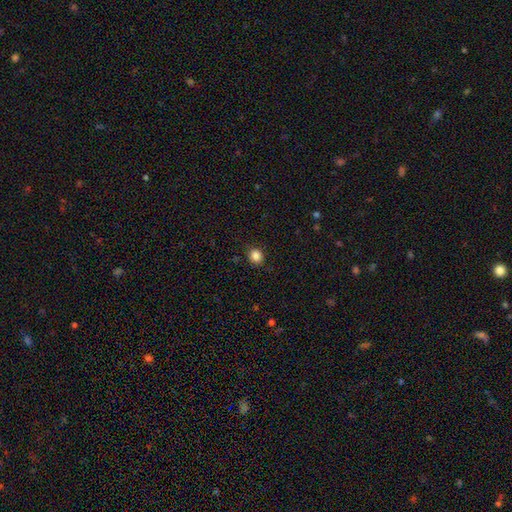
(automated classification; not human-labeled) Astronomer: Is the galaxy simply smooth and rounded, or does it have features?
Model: smooth — 86%.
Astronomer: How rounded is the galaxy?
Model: round — 77%.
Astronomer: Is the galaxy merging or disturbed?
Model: none — 88%.